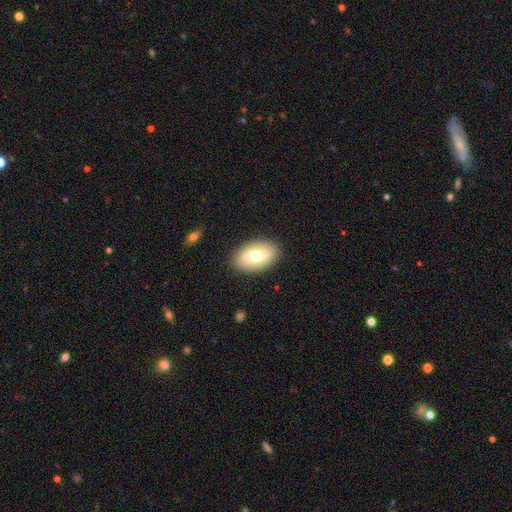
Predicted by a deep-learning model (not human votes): A smooth galaxy with no disk features (65%) that is in between round and cigar-shaped (91%). Merging: none (88%).